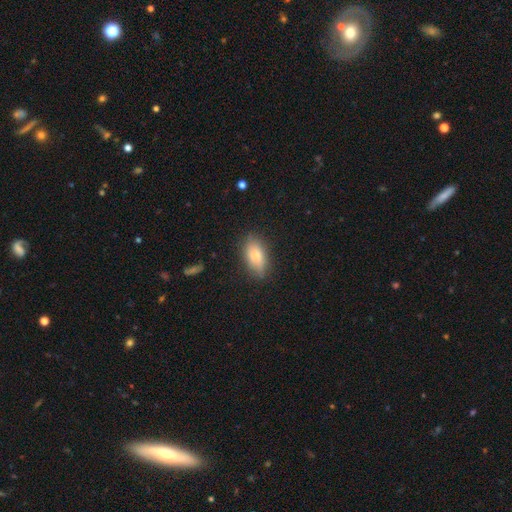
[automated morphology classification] This appears to be a smooth galaxy with no disk features (74%) that is in between round and cigar-shaped (86%). Merging: none (73%).